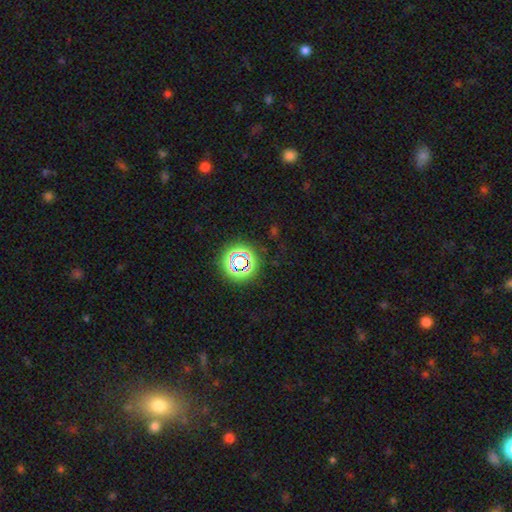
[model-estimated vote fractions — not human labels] Overall: star or artifact (69%).